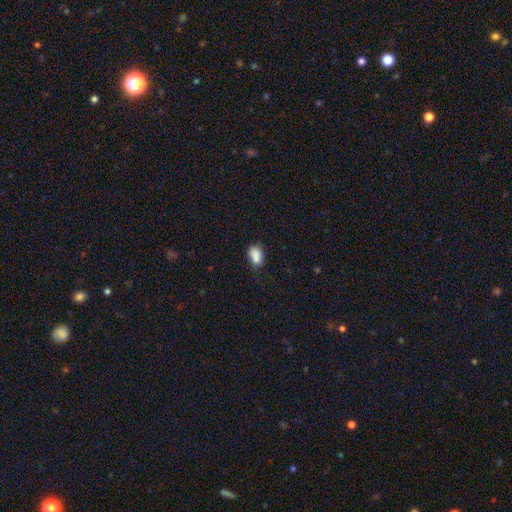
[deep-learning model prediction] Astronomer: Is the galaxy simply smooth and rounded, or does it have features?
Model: smooth — 81%.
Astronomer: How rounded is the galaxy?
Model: in between — 78%.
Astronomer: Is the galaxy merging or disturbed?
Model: none — 45% (runner-up: minor disturbance, 25%).